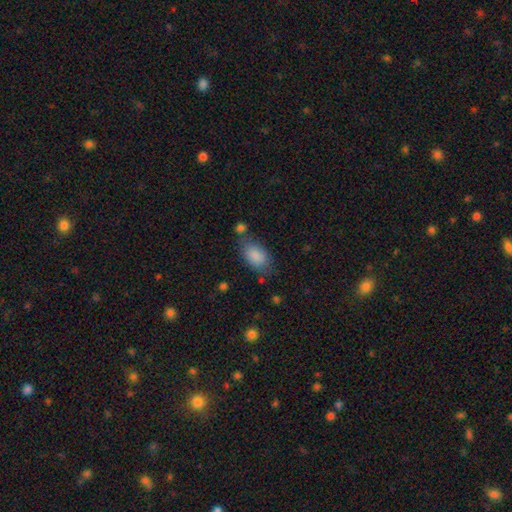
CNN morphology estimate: Smooth or featured? Predicted: smooth (p=0.87). How rounded? Predicted: in between (p=0.91). Merging? Predicted: none (p=0.63).